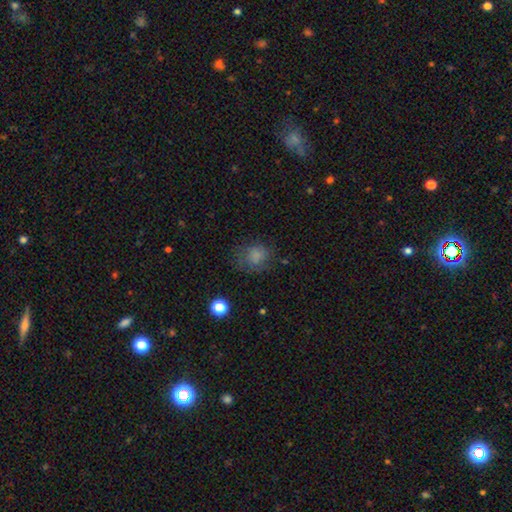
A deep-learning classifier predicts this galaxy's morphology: The model was most divided on "how rounded": round: 68%, in between: 31%, cigar-shaped: 1%. More confident: smooth or featured — smooth (77%); merging — none (64%).